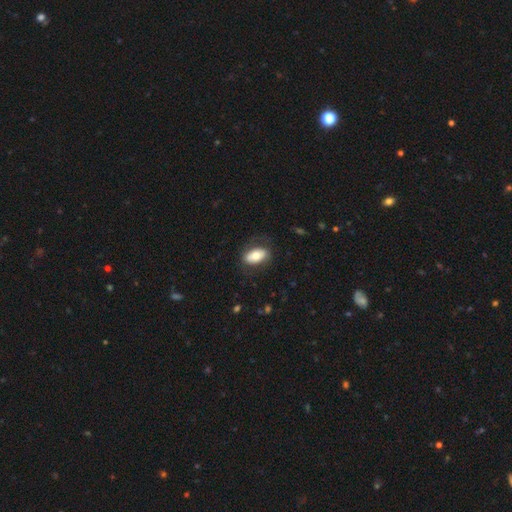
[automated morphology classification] Smooth or featured? smooth (70%)
How rounded? in between (91%)
Merging? none (75%)